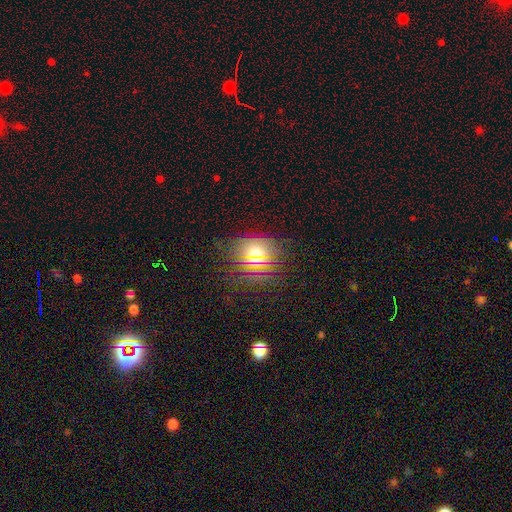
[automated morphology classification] This is possibly a smooth galaxy (47%). Merging: likely none (78%).